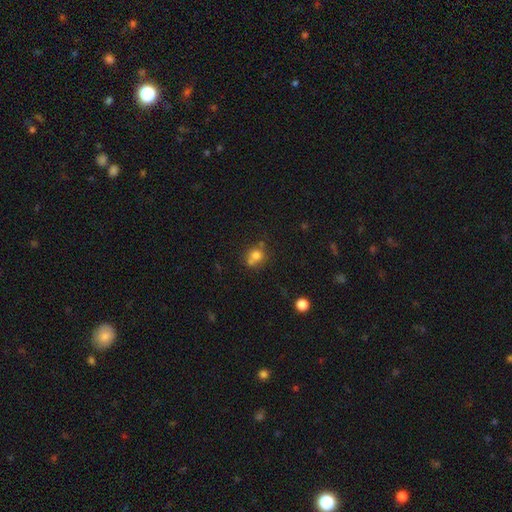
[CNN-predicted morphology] Smooth or featured?
  - smooth: 72% *
  - featured or disk: 14%
  - star or artifact: 14%
How rounded?
  - round: 78% *
  - in between: 21%
  - cigar-shaped: 1%
Merging?
  - none: 48% *
  - merger: 35%
  - minor disturbance: 12%
  - major disturbance: 5%